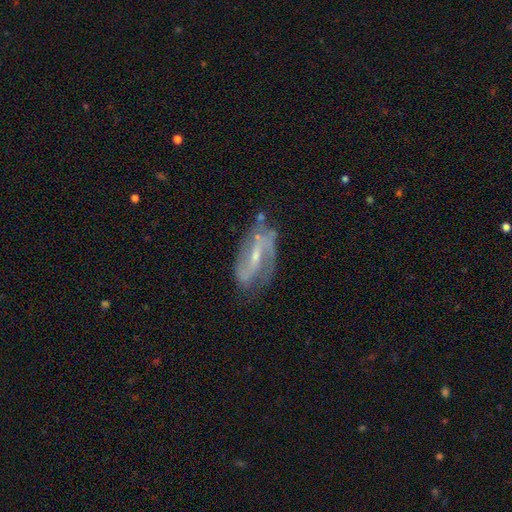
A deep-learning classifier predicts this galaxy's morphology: Overall: featured or disk (83%). Edge-on disk: no (92%). Bar: strong (43%; weak 40%). Spiral arms: yes (91%). Spiral arm count: 2 (78%). Spiral winding: medium (43%; loose 33%). Bulge size: small (66%; moderate 28%). Merging: none (64%).